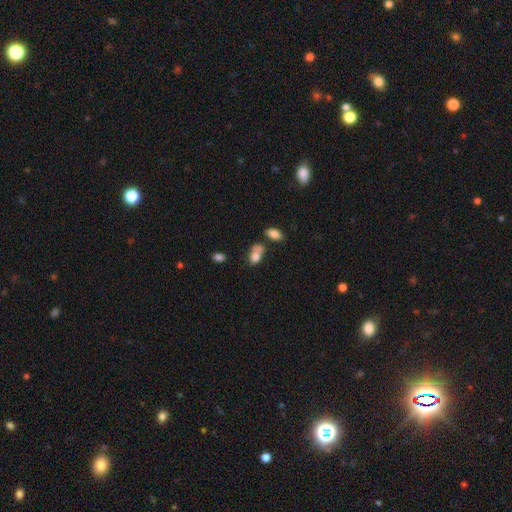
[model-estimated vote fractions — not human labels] Morphology: type=smooth (79%); roundness=in between (81%); merging=merger (41%).